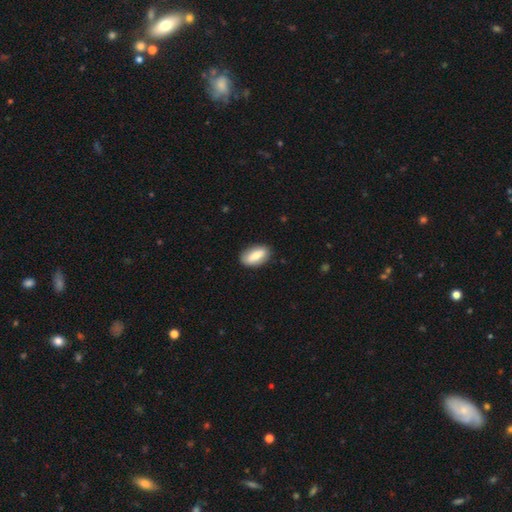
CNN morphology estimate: Smooth or featured? smooth (75%)
How rounded? in between (89%)
Merging? none (87%)